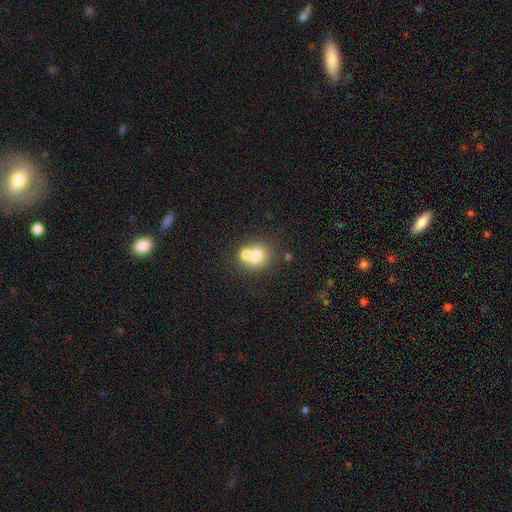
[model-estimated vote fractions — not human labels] Smooth or featured? smooth (72%)
How rounded? round (76%)
Merging? merger (48%)